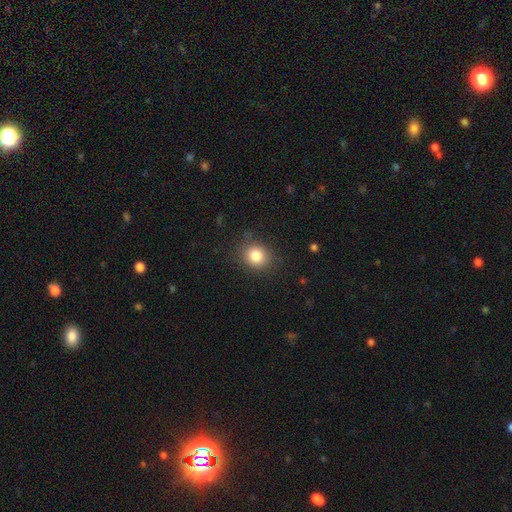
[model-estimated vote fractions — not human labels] The model was most divided on "how rounded": round: 77%, in between: 22%, cigar-shaped: 1%. More confident: merging — none (85%); smooth or featured — smooth (83%).